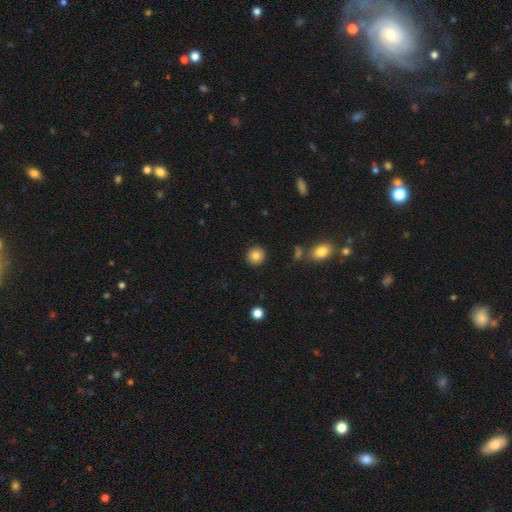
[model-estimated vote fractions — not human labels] Morphology: type=smooth (84%); roundness=round (92%); merging=none (91%).